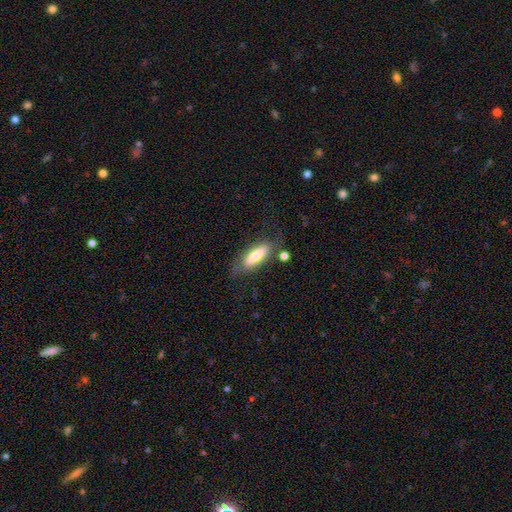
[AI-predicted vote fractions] Smooth or featured? smooth (61%)
How rounded? in between (53%)
Merging? none (68%)